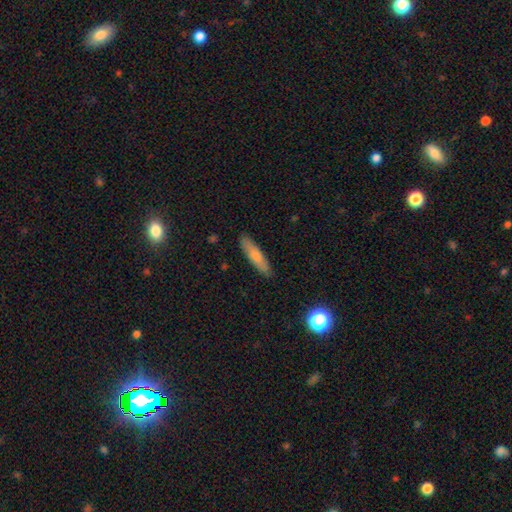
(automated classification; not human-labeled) This appears to be a smooth galaxy with no disk features (74%) that is cigar-shaped (79%). Merging: none (89%).